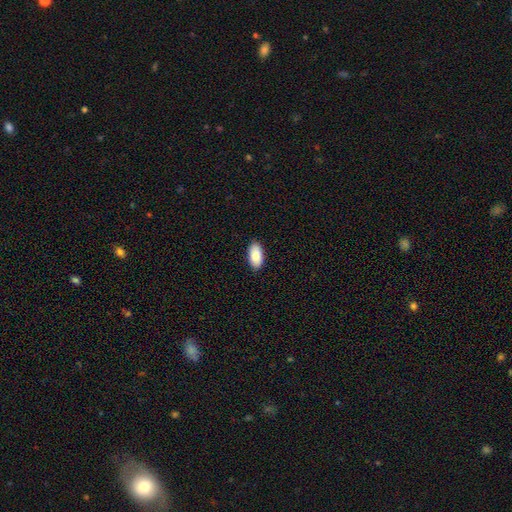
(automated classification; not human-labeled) smooth_or_featured: smooth (p=0.88) [alt: star or artifact p=0.06]
how_rounded: in between (p=0.95) [alt: cigar-shaped p=0.03]
merging: none (p=0.89) [alt: minor disturbance p=0.09]